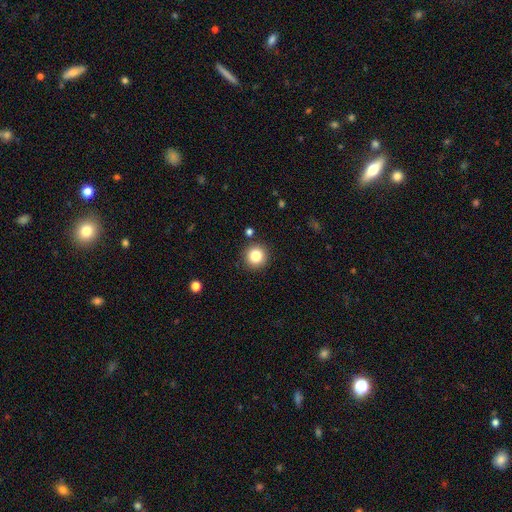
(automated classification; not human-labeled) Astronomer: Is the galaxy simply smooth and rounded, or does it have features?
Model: smooth — 83%.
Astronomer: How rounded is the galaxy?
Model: round — 95%.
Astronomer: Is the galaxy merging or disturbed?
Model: none — 90%.